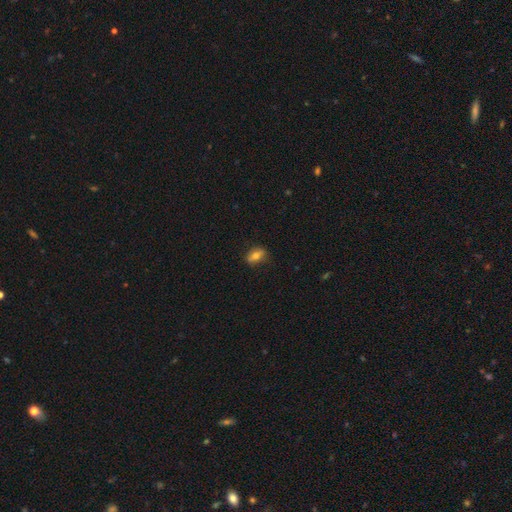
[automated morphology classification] A smooth galaxy with no disk features (68%) that is in between round and cigar-shaped (78%). Merging: none (80%).